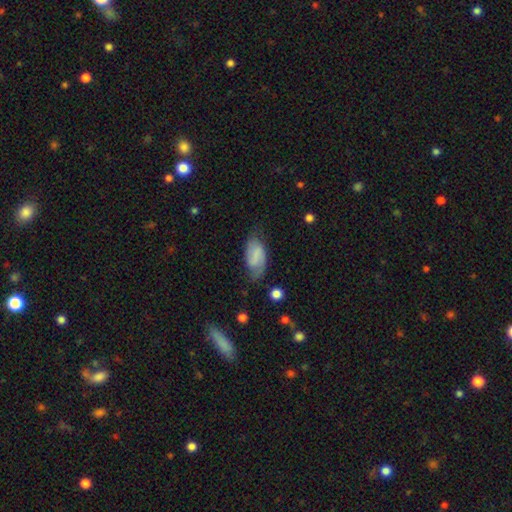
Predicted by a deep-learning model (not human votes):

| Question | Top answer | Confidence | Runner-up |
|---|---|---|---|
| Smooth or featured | smooth | 49% | featured or disk (43%) |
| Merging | none | 60% | minor disturbance (27%) |